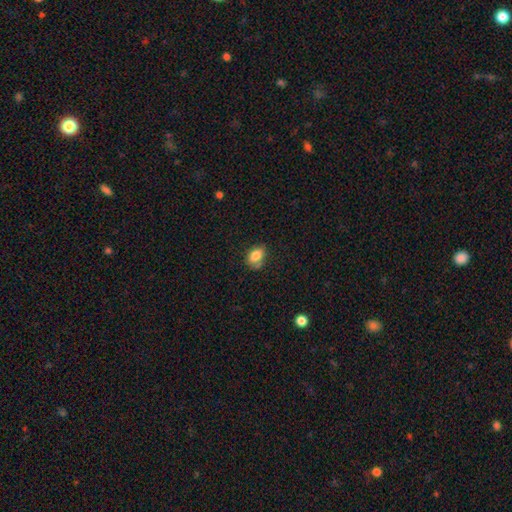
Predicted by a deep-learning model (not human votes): Morphology: type=smooth (82%); roundness=in between (81%); merging=none (59%).